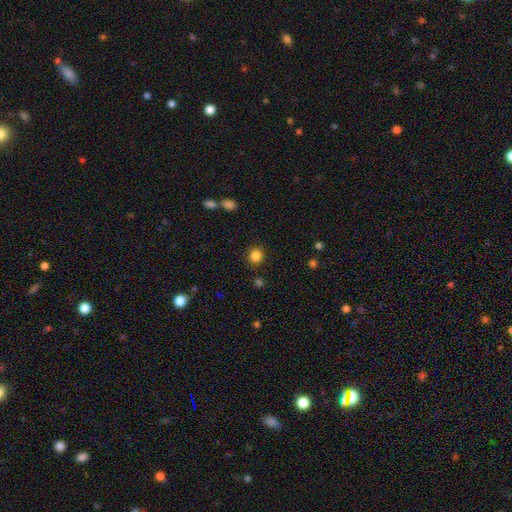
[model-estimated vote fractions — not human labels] smooth_or_featured: smooth (p=0.84) [alt: star or artifact p=0.12]
how_rounded: round (p=0.88) [alt: in between p=0.11]
merging: none (p=0.89) [alt: minor disturbance p=0.06]